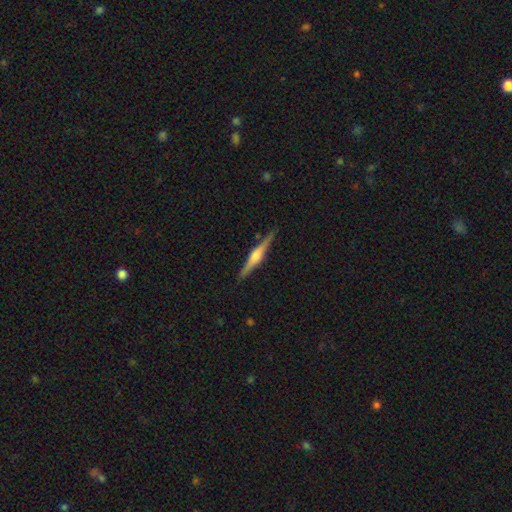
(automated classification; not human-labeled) A featured or disk galaxy (77%) viewed edge-on (98%) with a rounded central bulge (83%). Merging: none (90%).